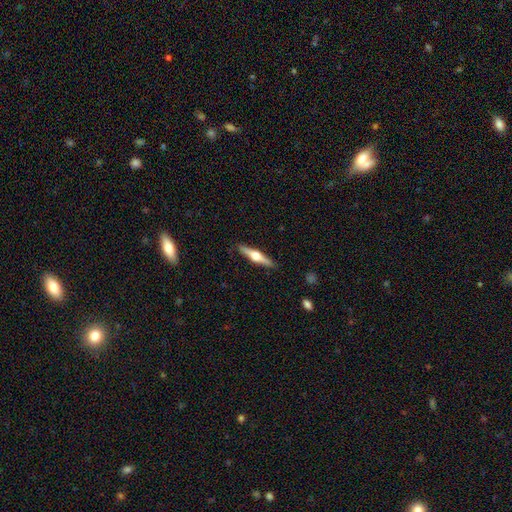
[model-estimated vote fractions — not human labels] Smooth or featured: featured or disk — 68% (smooth — 27%)
Edge-on disk: yes — 97% (no — 3%)
Edge-on bulge: rounded — 95% (boxy — 3%)
Merging: none — 90% (minor disturbance — 7%)